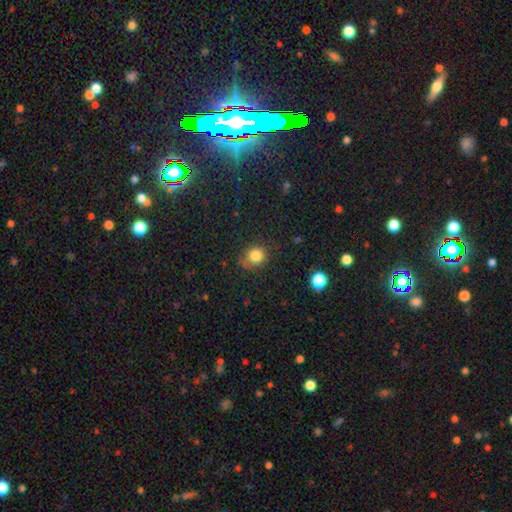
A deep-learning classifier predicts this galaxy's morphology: smooth_or_featured: smooth (p=0.82) [alt: star or artifact p=0.12]
how_rounded: round (p=0.79) [alt: in between p=0.20]
merging: none (p=0.70) [alt: minor disturbance p=0.21]